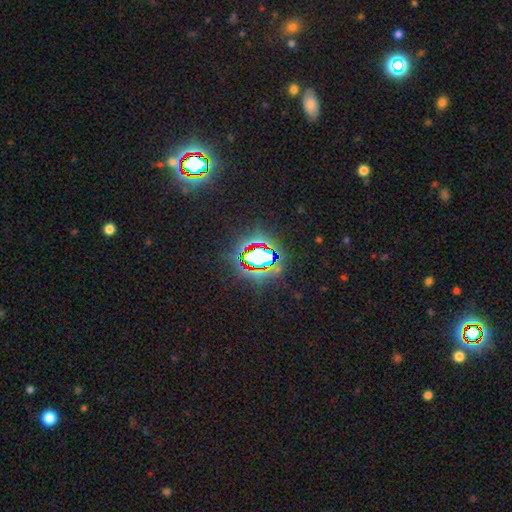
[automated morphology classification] The model was most divided on "smooth or featured": star or artifact: 70%, smooth: 19%, featured or disk: 12%.